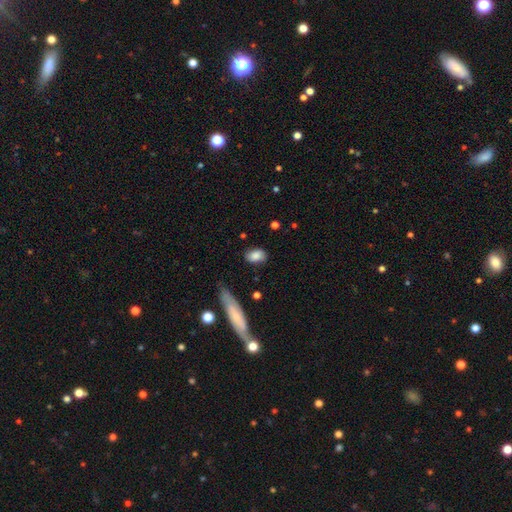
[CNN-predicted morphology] Overall: smooth (83%). How rounded: in between (83%). Merging: none (77%).